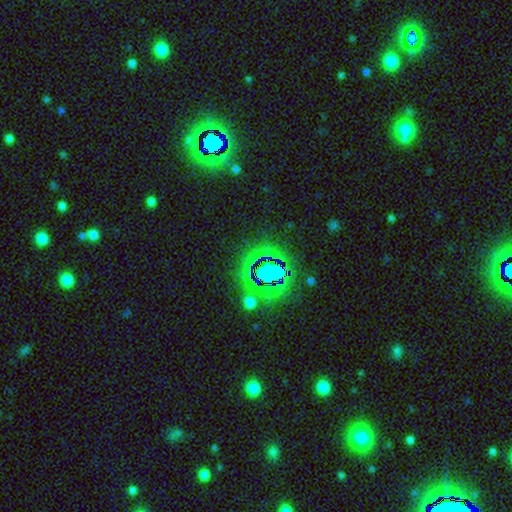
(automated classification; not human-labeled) Q: Smooth or featured?
A: star or artifact (81%); runner-up: smooth (10%)